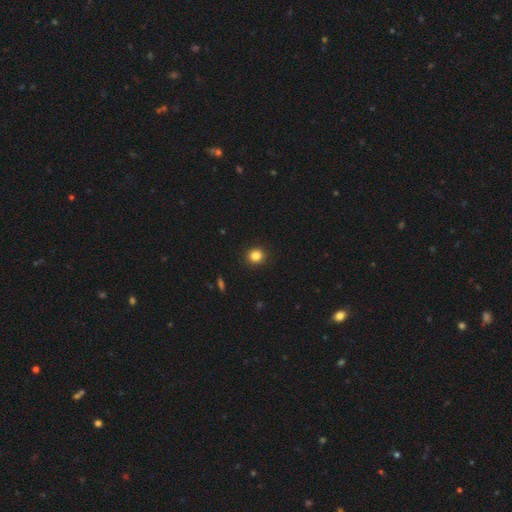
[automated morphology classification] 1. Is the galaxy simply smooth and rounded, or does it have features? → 84% smooth, 12% star or artifact, 4% featured or disk.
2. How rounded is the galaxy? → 91% round, 8% in between, 1% cigar-shaped.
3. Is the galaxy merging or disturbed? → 92% none, 5% minor disturbance, 2% major disturbance, 1% merger.